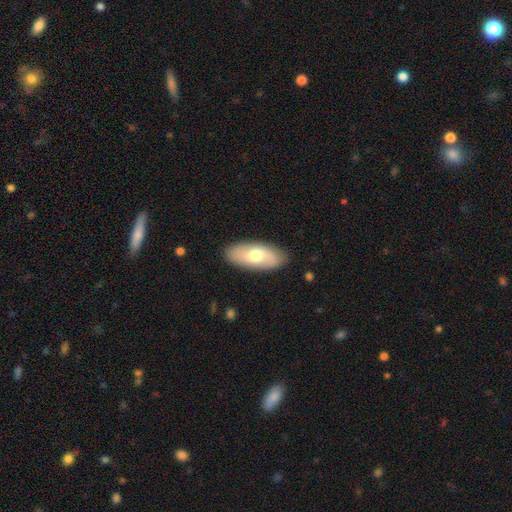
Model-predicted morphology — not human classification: smooth-or-featured: smooth: 63% | featured or disk: 32% | star or artifact: 5%
  how-rounded: in between: 87% | cigar-shaped: 10% | round: 3%
  merging: none: 87% | minor disturbance: 10% | major disturbance: 2% | merger: 1%